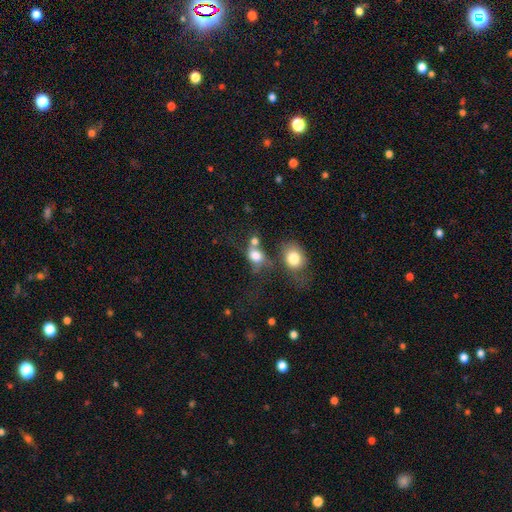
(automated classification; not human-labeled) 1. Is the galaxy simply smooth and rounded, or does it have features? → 74% smooth, 14% featured or disk, 12% star or artifact.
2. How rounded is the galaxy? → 51% round, 47% in between, 2% cigar-shaped.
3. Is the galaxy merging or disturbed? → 39% merger, 30% none, 17% major disturbance, 14% minor disturbance.